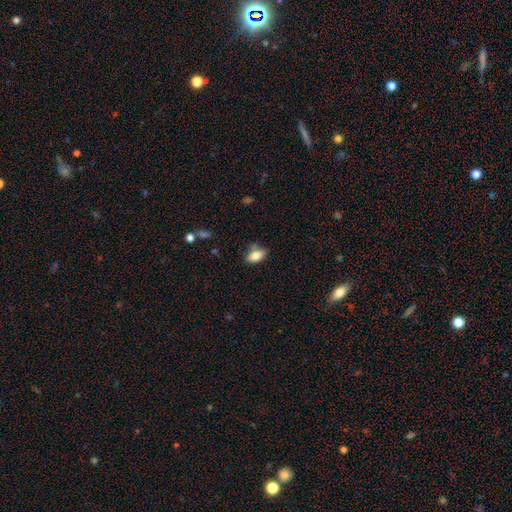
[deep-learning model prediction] smooth_or_featured: smooth (p=0.81) [alt: featured or disk p=0.11]
how_rounded: in between (p=0.89) [alt: round p=0.06]
merging: none (p=0.72) [alt: minor disturbance p=0.18]